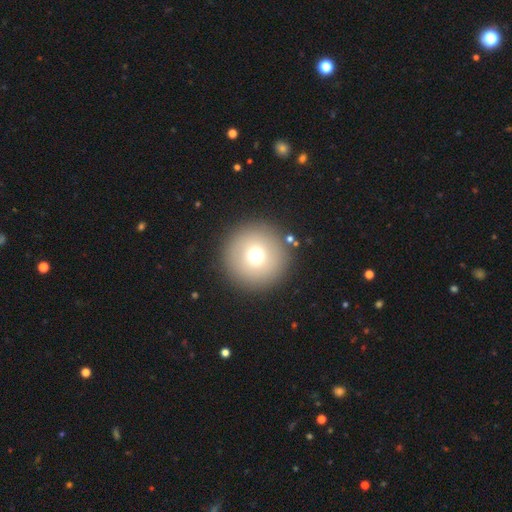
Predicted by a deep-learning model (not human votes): smooth 71%, star or artifact 15%, featured or disk 14%. Down the decision tree: how rounded — round (97%); merging — none (89%).